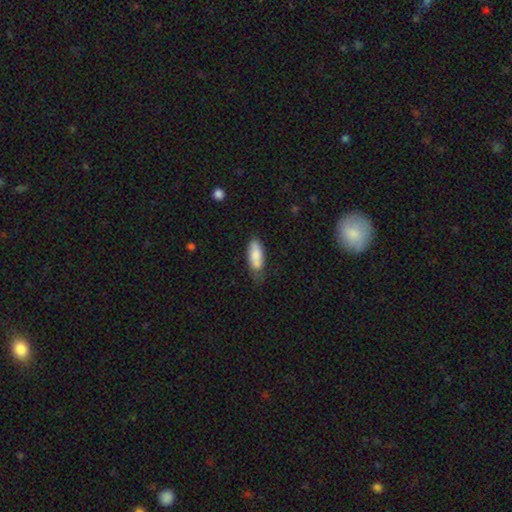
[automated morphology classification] A smooth galaxy with no disk features (80%) that is in between round and cigar-shaped (77%). Merging: none (52%).